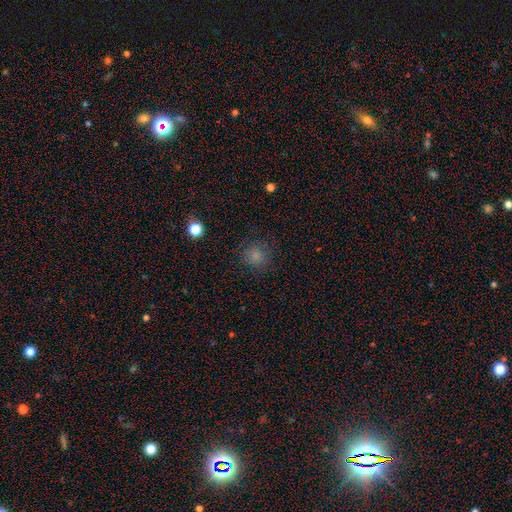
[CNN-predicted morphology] This is likely a smooth galaxy (80%). How rounded: clearly round (89%). Merging: clearly none (84%).